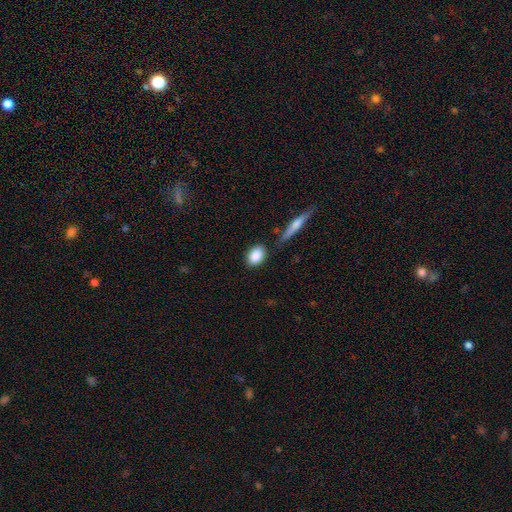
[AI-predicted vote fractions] Overall: smooth (86%). How rounded: in between (80%). Merging: none (79%).